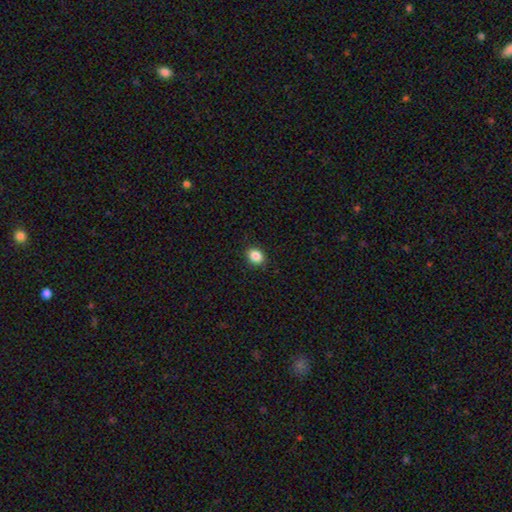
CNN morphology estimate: Smooth or featured: smooth — 86% (star or artifact — 9%)
How rounded: in between — 51% (round — 48%)
Merging: none — 90% (minor disturbance — 7%)